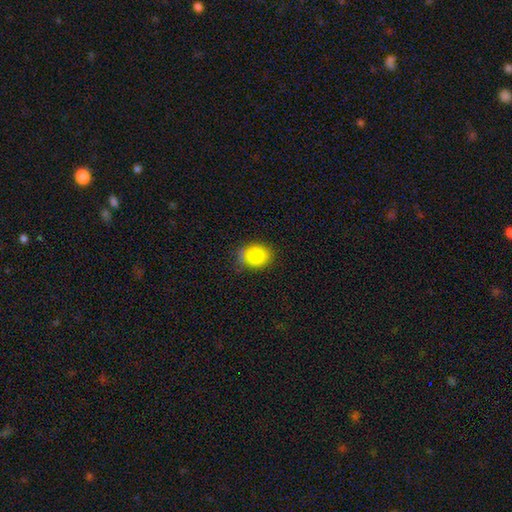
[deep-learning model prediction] Overall: smooth (85%). How rounded: round (59%; in between 40%). Merging: none (68%).